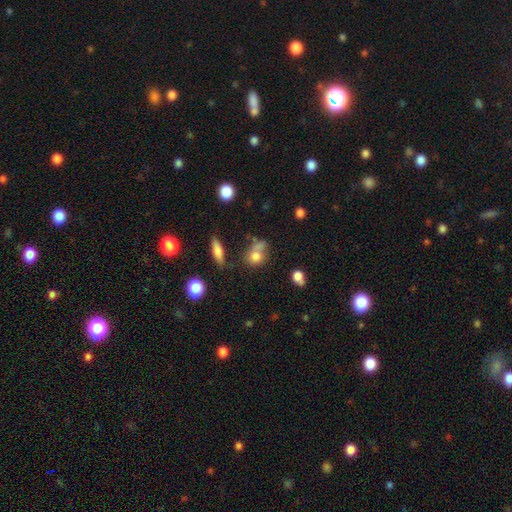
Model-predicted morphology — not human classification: Overall: smooth (75%). How rounded: round (60%; in between 37%). Merging: none (40%; merger 27%).